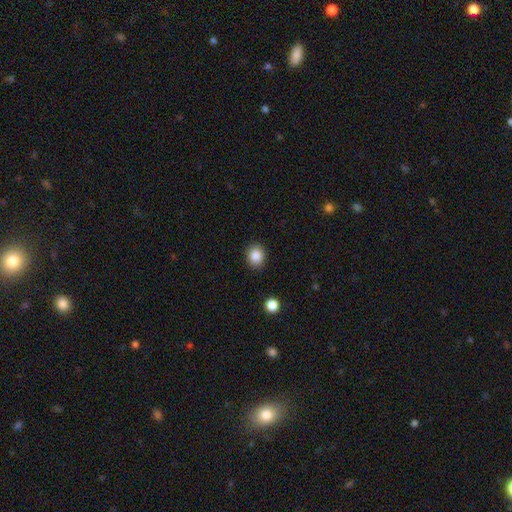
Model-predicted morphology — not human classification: Q: Smooth or featured?
A: smooth (86%); runner-up: star or artifact (10%)
Q: How rounded?
A: round (68%); runner-up: in between (31%)
Q: Merging?
A: none (89%); runner-up: minor disturbance (7%)